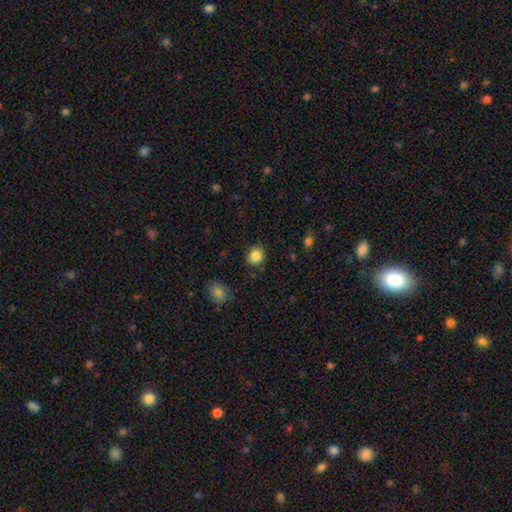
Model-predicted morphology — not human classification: Smooth or featured: smooth — 85% (star or artifact — 10%)
How rounded: round — 81% (in between — 18%)
Merging: none — 87% (minor disturbance — 9%)